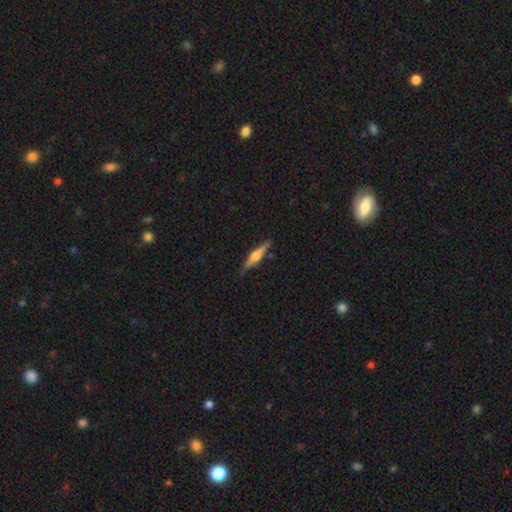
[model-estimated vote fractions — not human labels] Smooth or featured?
  - featured or disk: 65% *
  - smooth: 29%
  - star or artifact: 6%
Edge-on disk?
  - yes: 97% *
  - no: 3%
Edge-on bulge?
  - rounded: 89% *
  - boxy: 7%
  - none: 3%
Merging?
  - none: 84% *
  - minor disturbance: 12%
  - major disturbance: 2%
  - merger: 2%